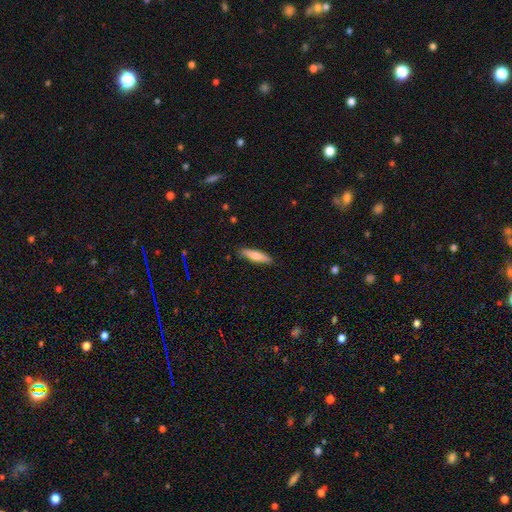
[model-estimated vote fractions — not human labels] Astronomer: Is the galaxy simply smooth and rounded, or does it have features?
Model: smooth — 74%.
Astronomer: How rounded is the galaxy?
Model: cigar-shaped — 72%.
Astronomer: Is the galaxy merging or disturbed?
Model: none — 87%.